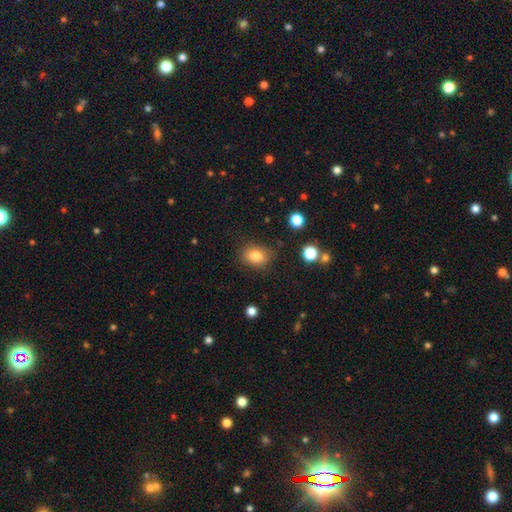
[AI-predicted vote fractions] smooth_or_featured: smooth (p=0.83) [alt: star or artifact p=0.10]
how_rounded: in between (p=0.68) [alt: round p=0.31]
merging: none (p=0.82) [alt: minor disturbance p=0.12]